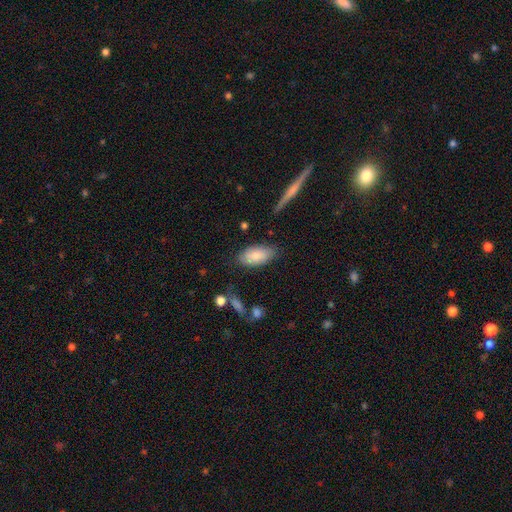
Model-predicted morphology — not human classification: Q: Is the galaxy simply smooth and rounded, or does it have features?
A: smooth — 83%.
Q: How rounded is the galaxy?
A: in between — 92%.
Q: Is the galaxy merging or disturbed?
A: none — 74%.